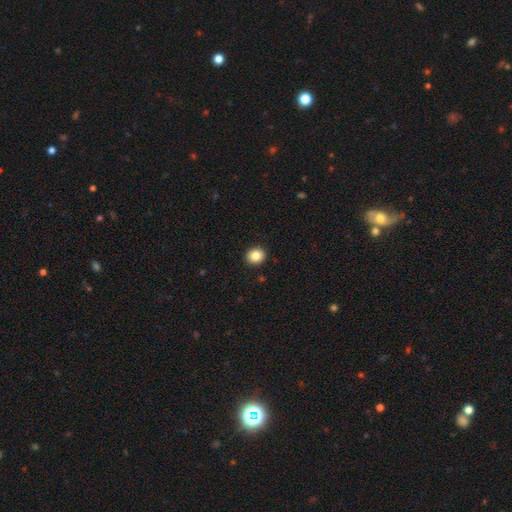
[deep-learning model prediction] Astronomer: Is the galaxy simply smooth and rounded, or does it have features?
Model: smooth — 85%.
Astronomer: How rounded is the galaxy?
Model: round — 76%.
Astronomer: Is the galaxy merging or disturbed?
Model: none — 92%.